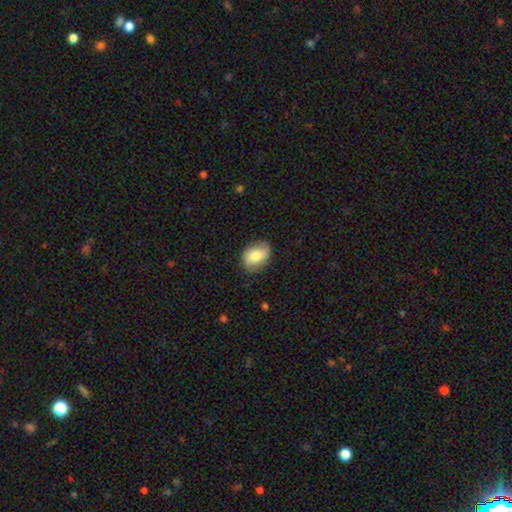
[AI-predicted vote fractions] Smooth or featured? smooth (65%)
How rounded? in between (73%)
Merging? none (79%)